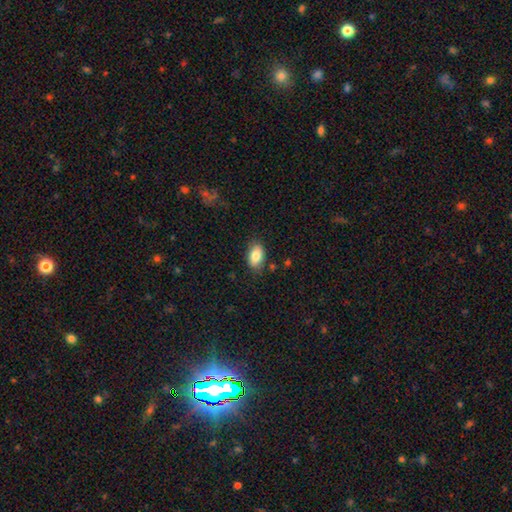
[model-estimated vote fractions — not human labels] Smooth or featured? Predicted: smooth (p=0.83). How rounded? Predicted: in between (p=0.89). Merging? Predicted: none (p=0.81).